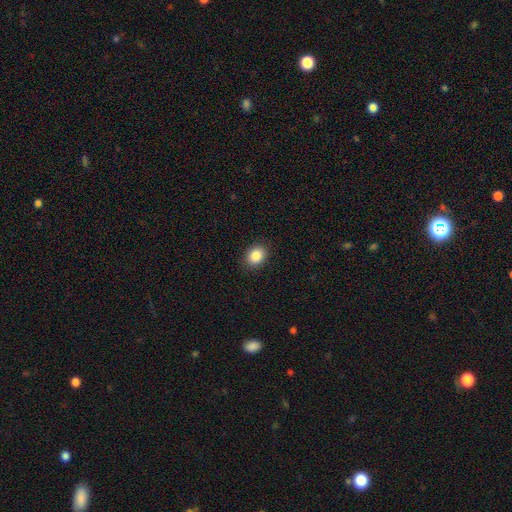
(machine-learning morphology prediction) Smooth or featured?
  - smooth: 86% *
  - star or artifact: 9%
  - featured or disk: 5%
How rounded?
  - round: 50% *
  - in between: 49%
  - cigar-shaped: 1%
Merging?
  - none: 90% *
  - minor disturbance: 7%
  - major disturbance: 2%
  - merger: 1%